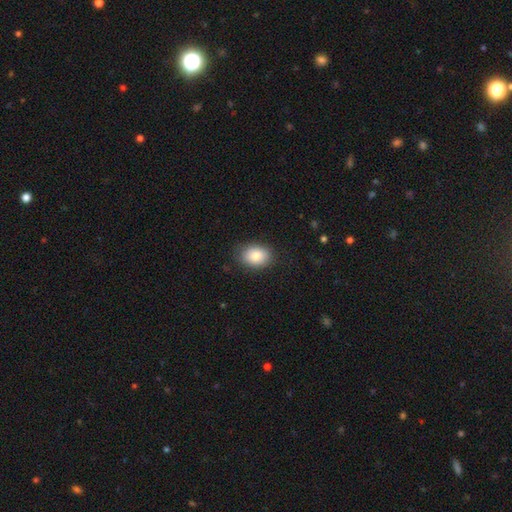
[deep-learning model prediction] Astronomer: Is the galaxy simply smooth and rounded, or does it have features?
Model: smooth — 82%.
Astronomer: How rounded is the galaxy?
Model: in between — 68%.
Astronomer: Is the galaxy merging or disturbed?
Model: none — 83%.